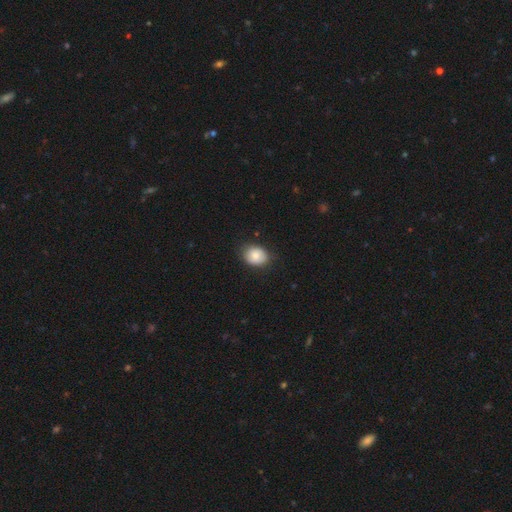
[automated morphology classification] A smooth galaxy with no disk features (79%) that is in between round and cigar-shaped (56%). Merging: none (79%).